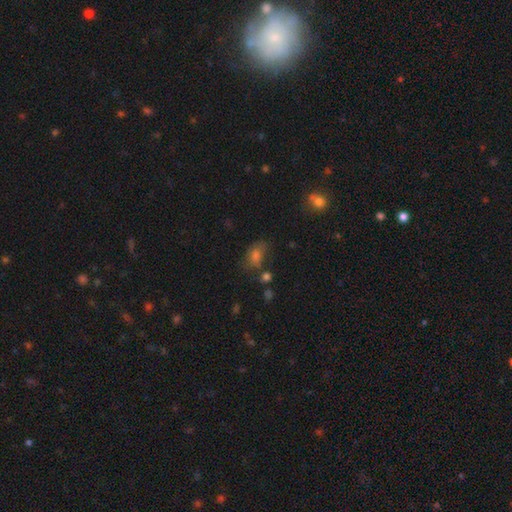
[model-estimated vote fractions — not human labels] Smooth or featured? smooth (61%)
How rounded? in between (77%)
Merging? none (56%)